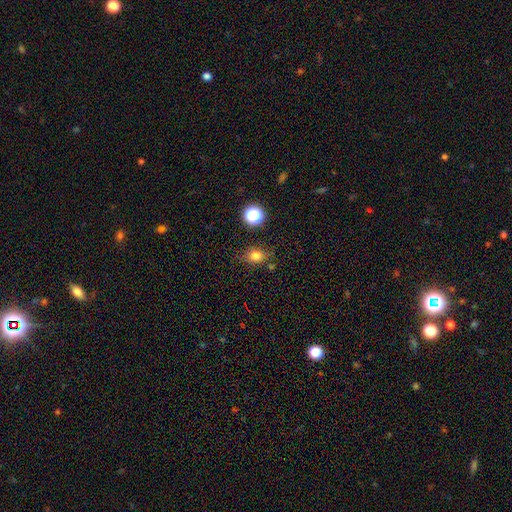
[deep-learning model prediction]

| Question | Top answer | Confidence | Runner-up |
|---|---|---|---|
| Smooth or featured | smooth | 79% | star or artifact (14%) |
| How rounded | in between | 56% | round (42%) |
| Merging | none | 74% | minor disturbance (18%) |